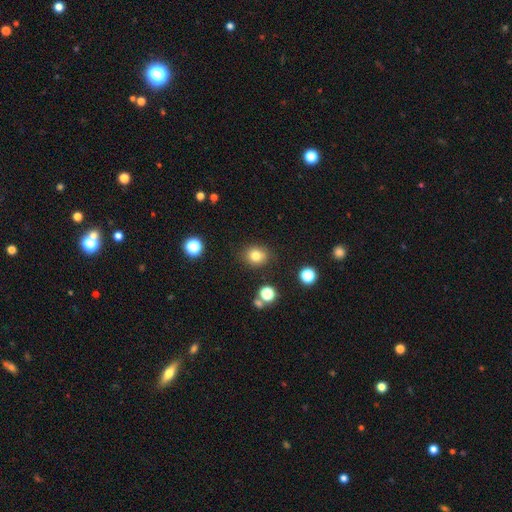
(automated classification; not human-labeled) A smooth galaxy with no disk features (79%) that is round (73%). Merging: none (84%).